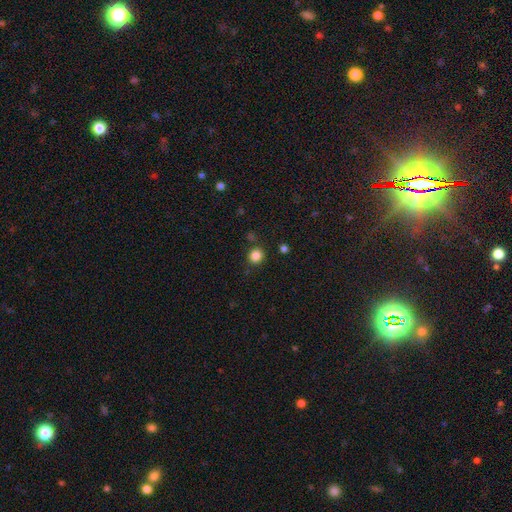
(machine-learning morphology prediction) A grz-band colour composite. It shows a smooth galaxy with no disk features (84%) that is round (89%). Merging: none (85%).